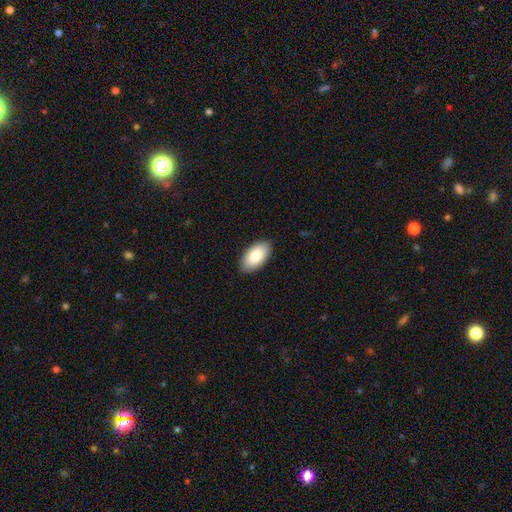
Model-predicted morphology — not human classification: The model was most divided on "merging": none: 89%, minor disturbance: 8%, major disturbance: 2%, merger: 1%. More confident: how rounded — in between (96%); smooth or featured — smooth (88%).